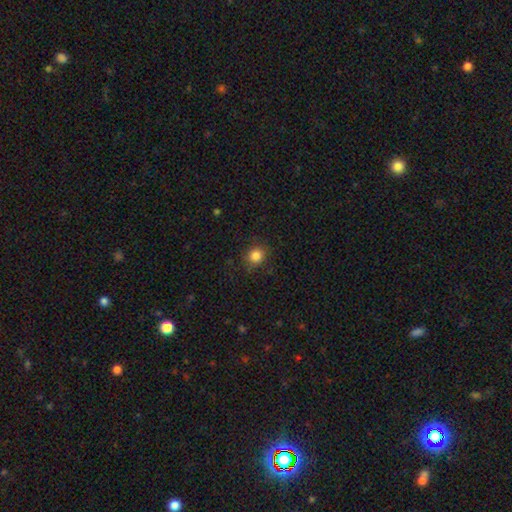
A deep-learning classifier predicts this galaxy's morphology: smooth-or-featured: smooth: 84% | star or artifact: 11% | featured or disk: 5%
  how-rounded: round: 83% | in between: 16% | cigar-shaped: 1%
  merging: none: 85% | minor disturbance: 11% | major disturbance: 3% | merger: 1%